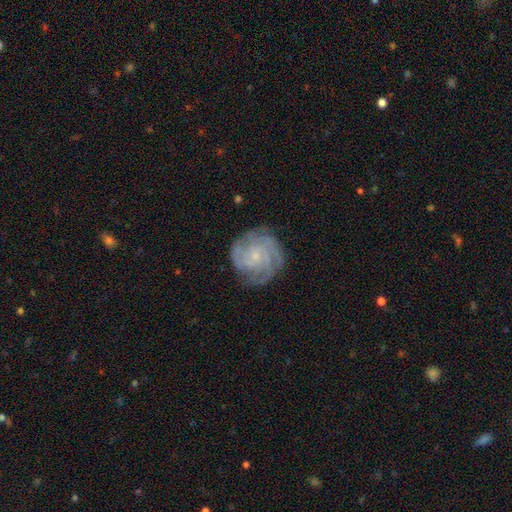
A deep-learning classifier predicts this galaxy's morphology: A featured or disk galaxy (83%) with no bar (71%), 4 (26%) tight (68%) spiral arms (96%) and a small central bulge (79%). Merging: none (78%).